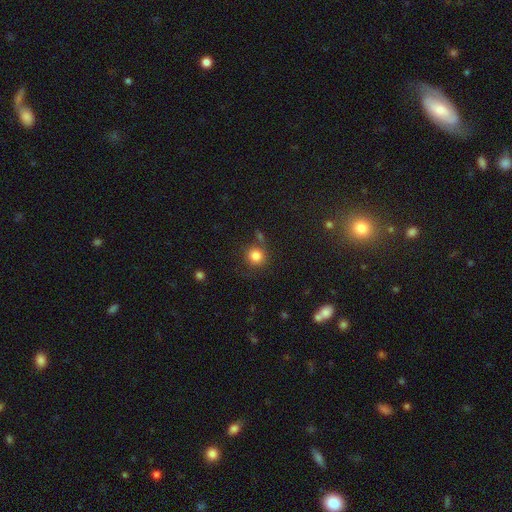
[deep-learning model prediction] Smooth or featured: smooth — 83% (star or artifact — 11%)
How rounded: round — 89% (in between — 10%)
Merging: none — 75% (minor disturbance — 12%)